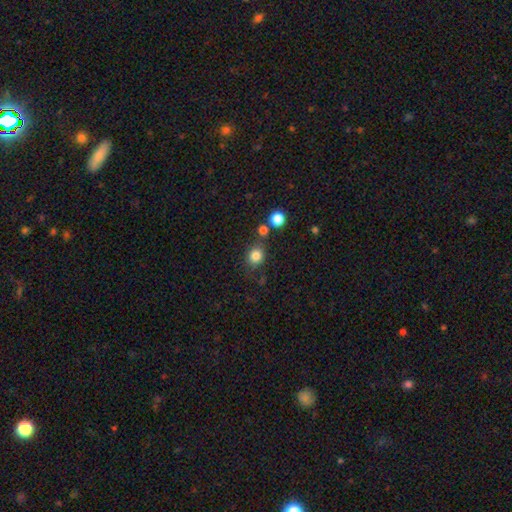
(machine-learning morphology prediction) A smooth galaxy with no disk features (82%) that is round (71%).

Vote fractions:
- Smooth or featured? smooth: 82% / star or artifact: 12% / featured or disk: 6%
- How rounded? round: 71% / in between: 28% / cigar-shaped: 1%
- Merging? none: 71% / minor disturbance: 13% / merger: 11% / major disturbance: 5%